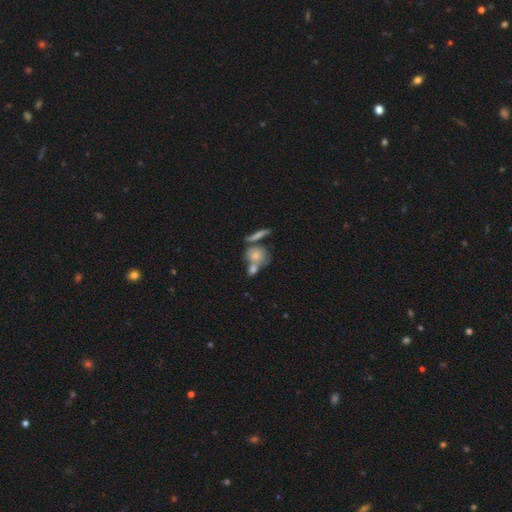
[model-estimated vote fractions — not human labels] The model was most divided on "merging": merger: 45%, none: 38%, minor disturbance: 12%, major disturbance: 6%. More confident: smooth or featured — smooth (69%); how rounded — round (54%).